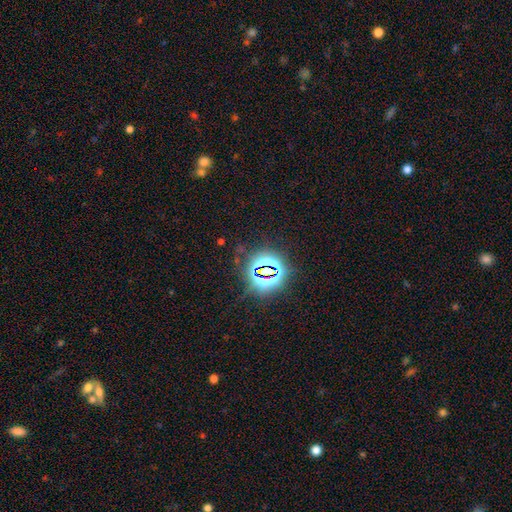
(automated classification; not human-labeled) smooth_or_featured: star or artifact (p=0.79) [alt: smooth p=0.12]